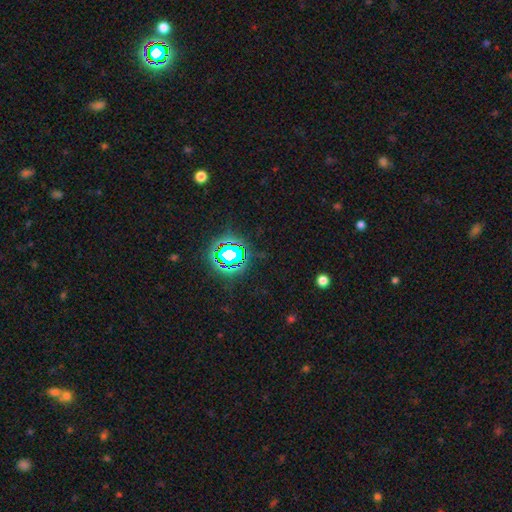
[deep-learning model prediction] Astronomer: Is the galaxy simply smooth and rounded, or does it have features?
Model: star or artifact — 79%.